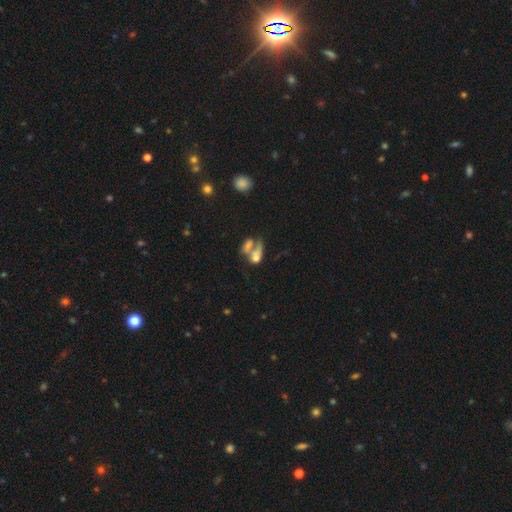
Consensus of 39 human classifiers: smooth_or_featured: smooth (p=0.59) [alt: featured or disk p=0.31]
how_rounded: in between (p=0.78) [alt: round p=0.17]
merging: merger (p=0.63) [alt: major disturbance p=0.20]